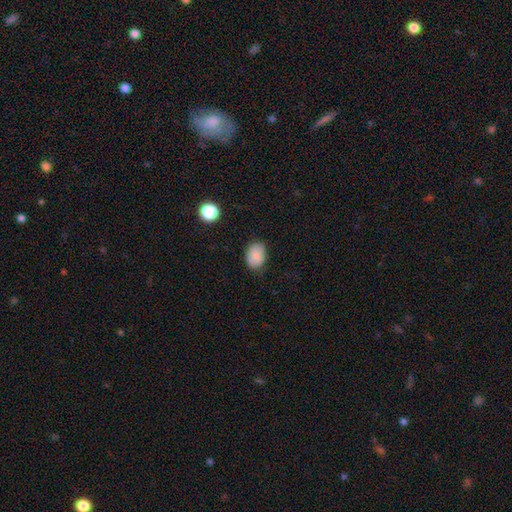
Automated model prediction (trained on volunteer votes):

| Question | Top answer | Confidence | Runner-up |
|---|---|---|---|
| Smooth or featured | smooth | 83% | featured or disk (9%) |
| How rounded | in between | 74% | round (25%) |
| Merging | none | 80% | minor disturbance (16%) |